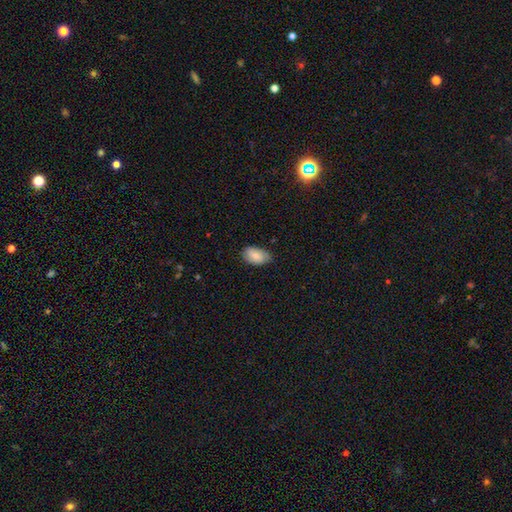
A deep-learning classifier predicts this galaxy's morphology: This is likely a smooth galaxy (80%). How rounded: clearly in between (93%). Merging: likely none (73%).